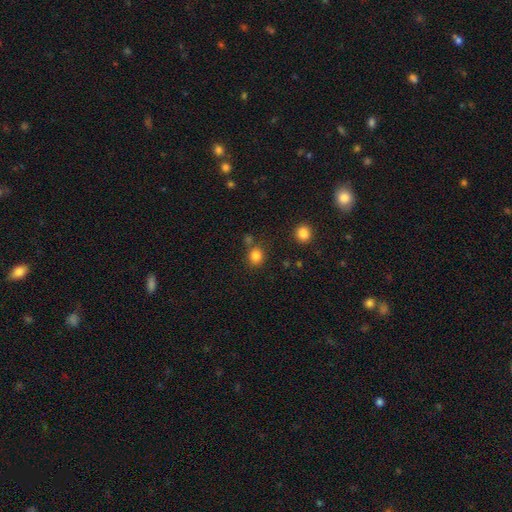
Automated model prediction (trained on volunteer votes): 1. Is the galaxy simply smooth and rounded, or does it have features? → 84% smooth, 12% star or artifact, 4% featured or disk.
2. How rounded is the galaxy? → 73% round, 26% in between, 1% cigar-shaped.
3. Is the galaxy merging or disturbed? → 75% none, 11% merger, 11% minor disturbance, 4% major disturbance.